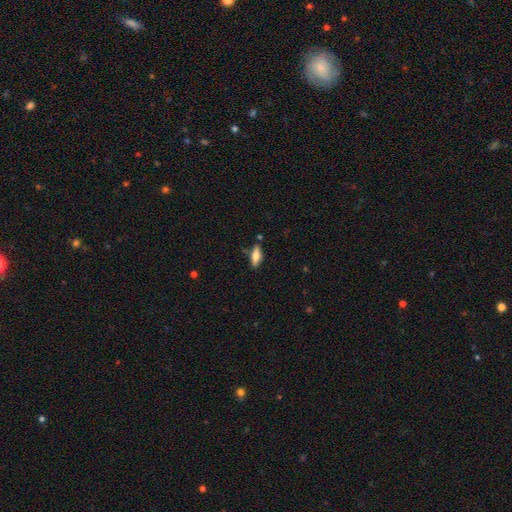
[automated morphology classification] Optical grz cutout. It shows a smooth galaxy with no disk features (64%) that is in between round and cigar-shaped (64%). Merging: none (77%).